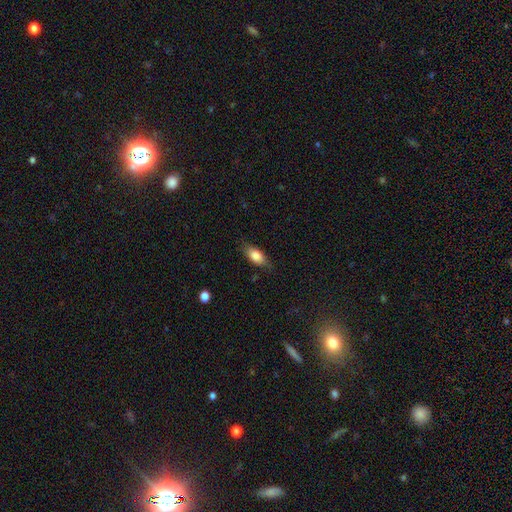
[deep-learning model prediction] Smooth or featured? Predicted: smooth (p=0.80). How rounded? Predicted: in between (p=0.84). Merging? Predicted: none (p=0.77).